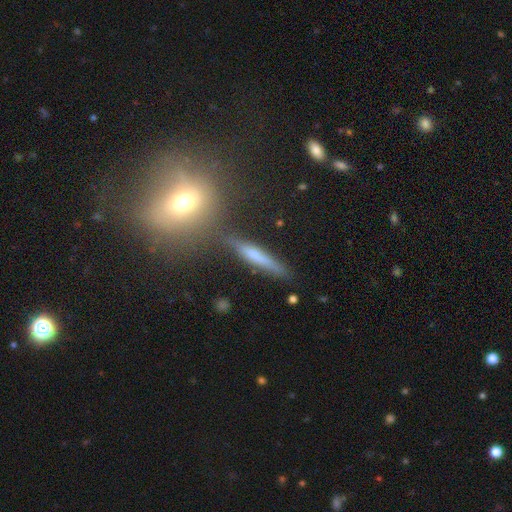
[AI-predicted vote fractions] Smooth or featured? Predicted: smooth (p=0.50). How rounded? Predicted: cigar-shaped (p=0.88). Merging? Predicted: none (p=0.78).